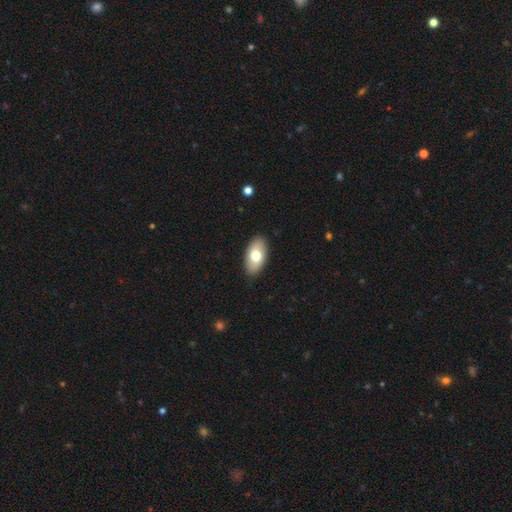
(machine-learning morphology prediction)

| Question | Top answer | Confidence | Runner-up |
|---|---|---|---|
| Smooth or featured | smooth | 72% | featured or disk (22%) |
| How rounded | in between | 94% | round (3%) |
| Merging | none | 88% | minor disturbance (9%) |